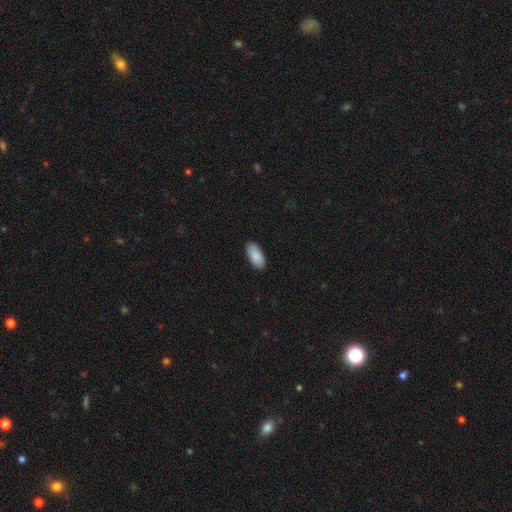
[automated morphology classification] The model was most divided on "merging": none: 89%, minor disturbance: 8%, major disturbance: 2%, merger: 1%. More confident: how rounded — in between (93%); smooth or featured — smooth (89%).